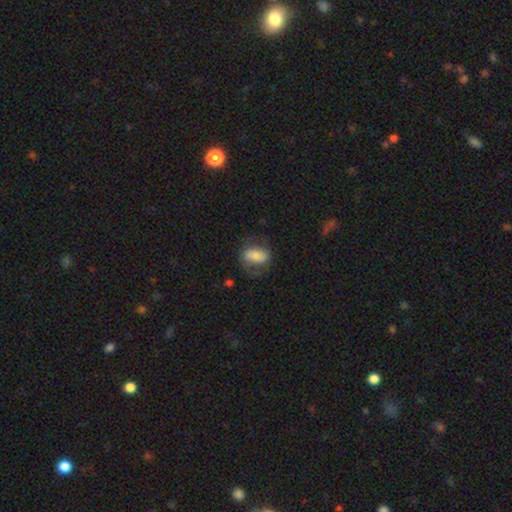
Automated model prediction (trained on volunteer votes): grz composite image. It shows a smooth galaxy with no disk features (54%) that is in between round and cigar-shaped (82%). Merging: none (59%).